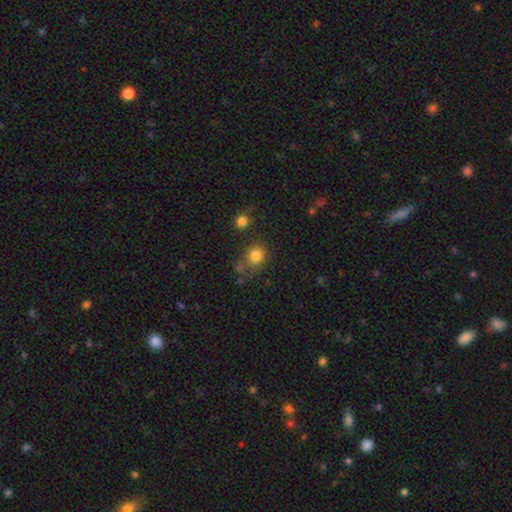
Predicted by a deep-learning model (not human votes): The model was most divided on "merging": none: 58%, minor disturbance: 19%, merger: 13%, major disturbance: 10%. More confident: smooth or featured — smooth (79%); how rounded — round (78%).